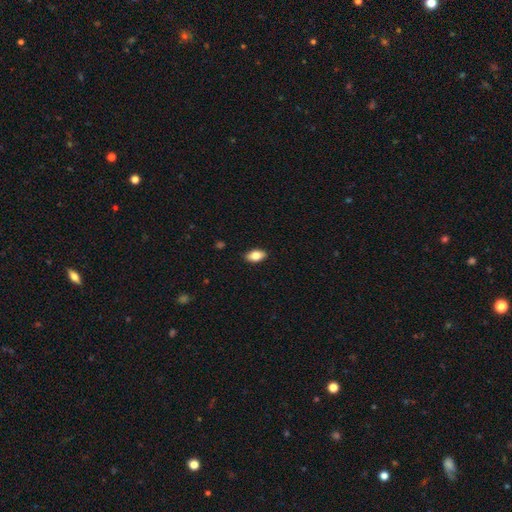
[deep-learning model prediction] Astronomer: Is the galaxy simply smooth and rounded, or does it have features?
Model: smooth — 80%.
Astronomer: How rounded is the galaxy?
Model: in between — 91%.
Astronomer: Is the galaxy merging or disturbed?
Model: none — 89%.